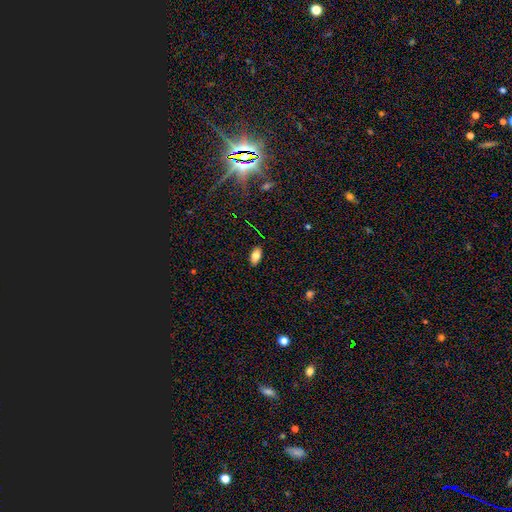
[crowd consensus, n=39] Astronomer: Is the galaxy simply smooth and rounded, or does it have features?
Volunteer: smooth — 85%.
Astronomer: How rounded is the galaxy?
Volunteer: in between — 100%.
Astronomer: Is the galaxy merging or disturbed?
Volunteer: none — 77%.